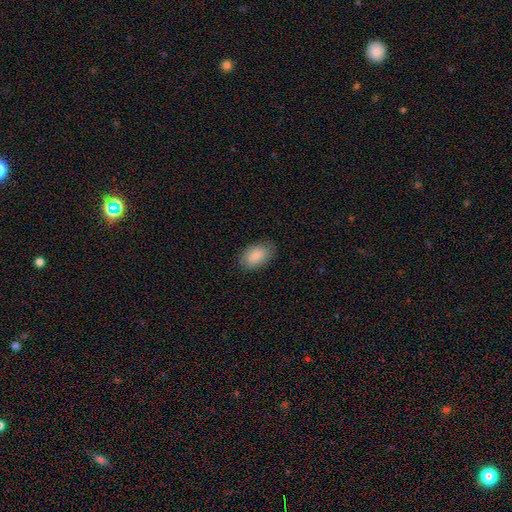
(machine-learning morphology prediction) A smooth galaxy with no disk features (88%) that is in between round and cigar-shaped (91%). Merging: none (83%).